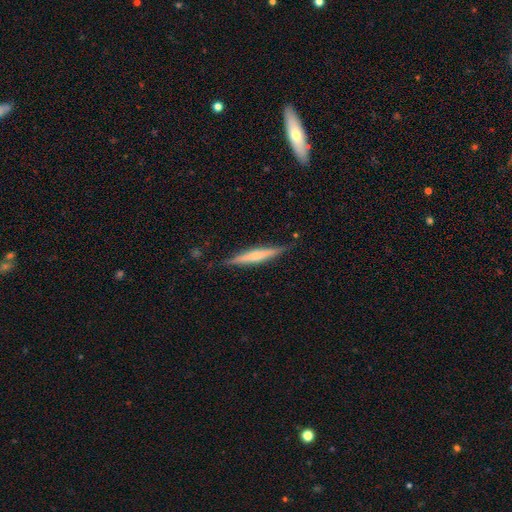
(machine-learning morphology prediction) This is possibly a featured or disk galaxy (53%). It is clearly viewed edge-on (97%). Edge-on bulge: possibly rounded (45%). Merging: clearly none (85%).